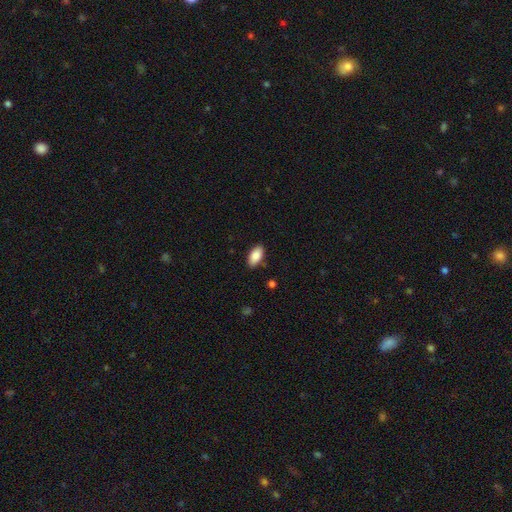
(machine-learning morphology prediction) Smooth or featured: smooth — 87% (star or artifact — 7%)
How rounded: in between — 94% (cigar-shaped — 4%)
Merging: none — 87% (minor disturbance — 9%)